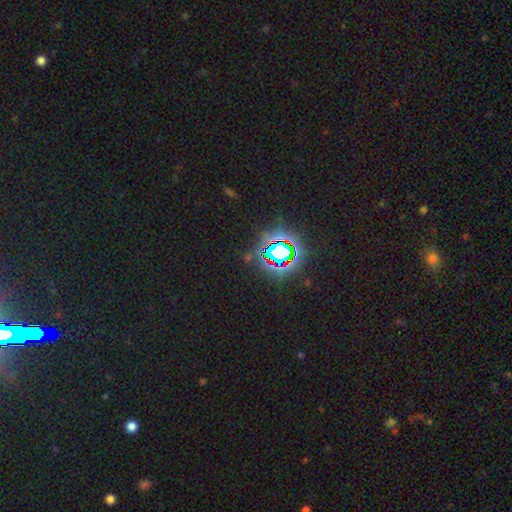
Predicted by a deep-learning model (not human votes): Smooth or featured? Predicted: star or artifact (p=0.80).